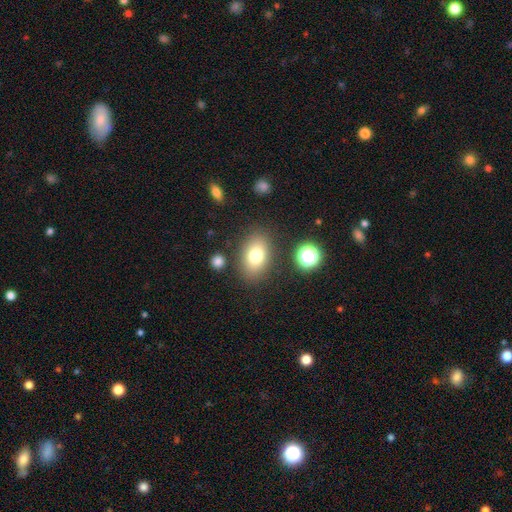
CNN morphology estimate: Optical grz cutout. It shows a smooth galaxy with no disk features (76%) that is in between round and cigar-shaped (83%). Merging: none (83%).